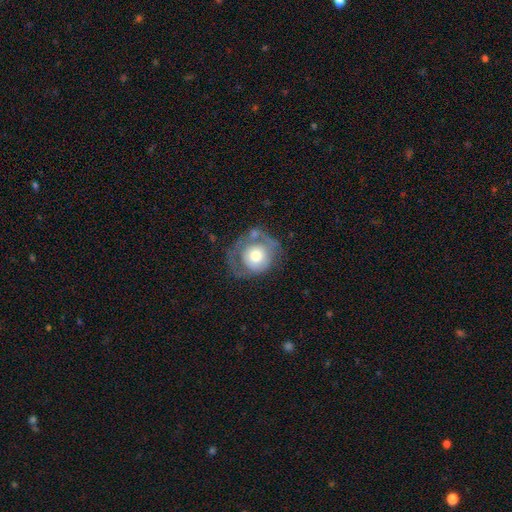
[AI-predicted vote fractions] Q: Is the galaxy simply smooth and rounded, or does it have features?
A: smooth — 49%.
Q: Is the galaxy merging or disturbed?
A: none — 42%.